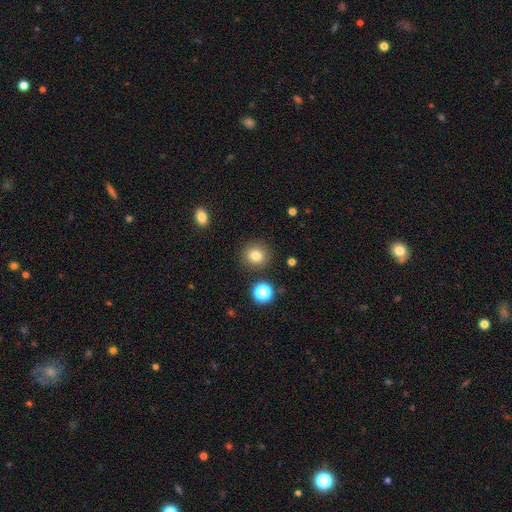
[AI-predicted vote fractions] smooth-or-featured: smooth: 80% | star or artifact: 13% | featured or disk: 8%
  how-rounded: round: 90% | in between: 9% | cigar-shaped: 1%
  merging: none: 88% | minor disturbance: 7% | merger: 3% | major disturbance: 3%